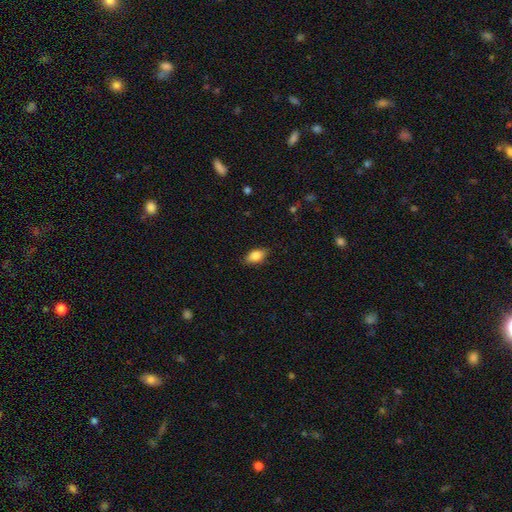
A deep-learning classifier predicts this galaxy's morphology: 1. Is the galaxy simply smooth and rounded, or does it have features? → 82% smooth, 11% featured or disk, 8% star or artifact.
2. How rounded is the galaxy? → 88% in between, 7% round, 5% cigar-shaped.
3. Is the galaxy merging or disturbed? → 85% none, 11% minor disturbance, 2% major disturbance, 1% merger.